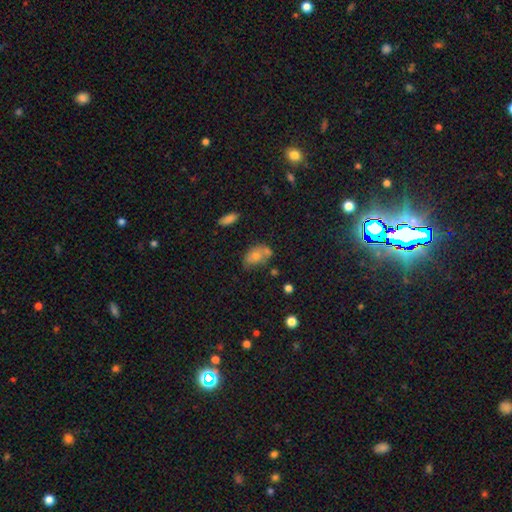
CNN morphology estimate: A smooth galaxy with no disk features (64%) that is in between round and cigar-shaped (82%). Merging: none (49%).